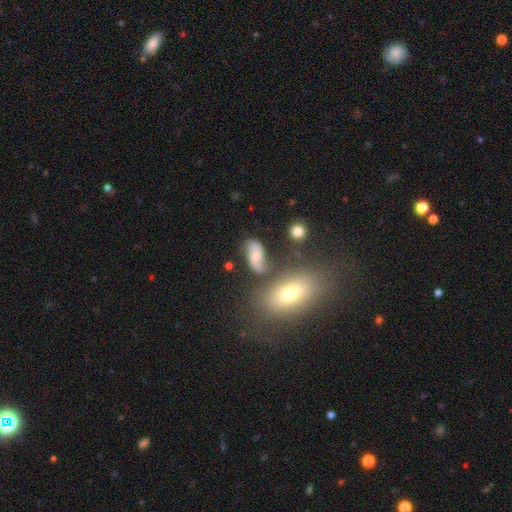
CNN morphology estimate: Smooth or featured? Predicted: smooth (p=0.45, tied with featured or disk). Merging? Predicted: none (p=0.61).